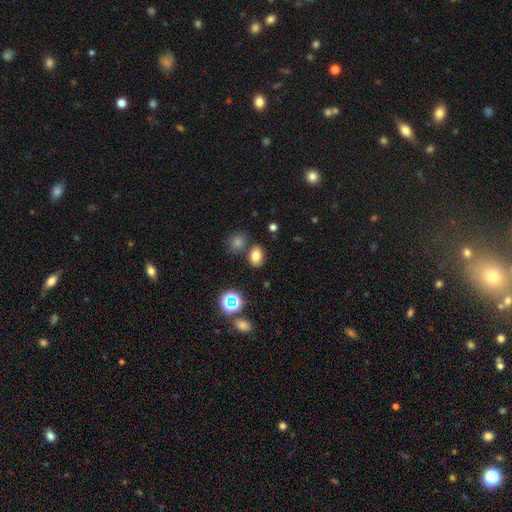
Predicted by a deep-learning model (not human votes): The model was most divided on "how rounded": in between: 72%, round: 26%, cigar-shaped: 1%. More confident: merging — none (75%); smooth or featured — smooth (75%).